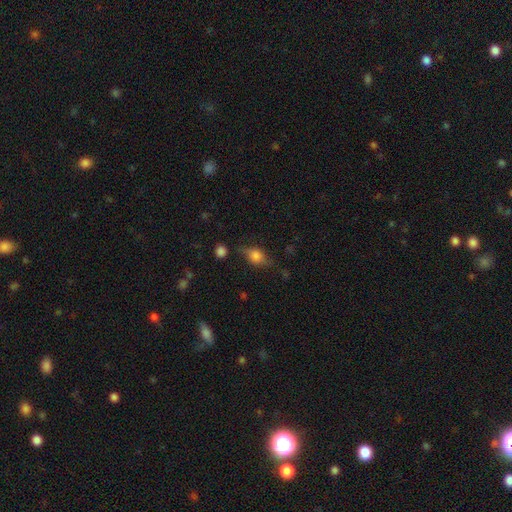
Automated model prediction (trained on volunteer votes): Smooth or featured? Predicted: smooth (p=0.63). How rounded? Predicted: in between (p=0.70). Merging? Predicted: none (p=0.62).